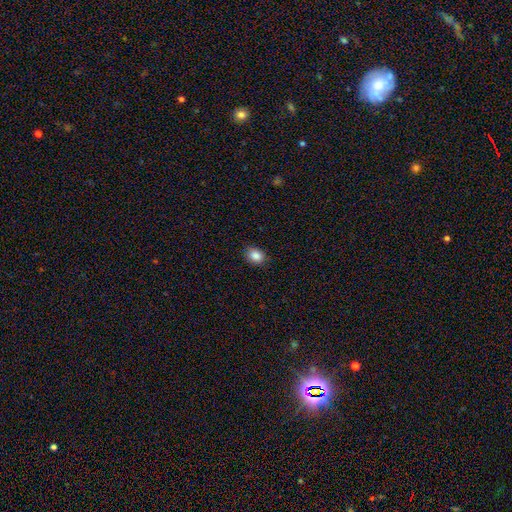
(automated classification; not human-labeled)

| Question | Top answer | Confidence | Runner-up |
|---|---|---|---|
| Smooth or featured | smooth | 86% | star or artifact (9%) |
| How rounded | in between | 56% | round (43%) |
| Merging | none | 85% | minor disturbance (12%) |